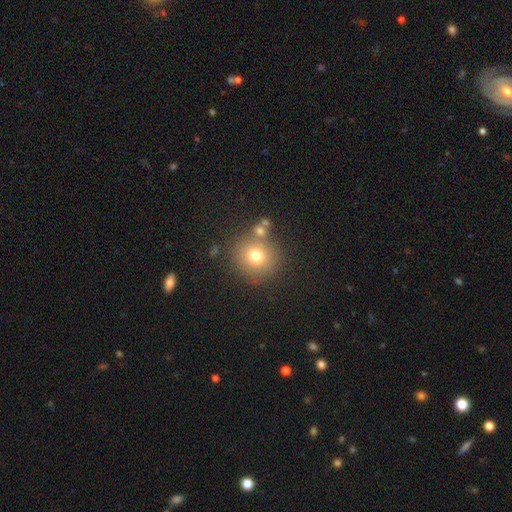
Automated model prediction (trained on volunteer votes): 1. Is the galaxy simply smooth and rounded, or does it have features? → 73% smooth, 14% star or artifact, 13% featured or disk.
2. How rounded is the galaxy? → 88% round, 12% in between, 1% cigar-shaped.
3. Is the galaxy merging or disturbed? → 73% none, 12% merger, 10% minor disturbance, 4% major disturbance.